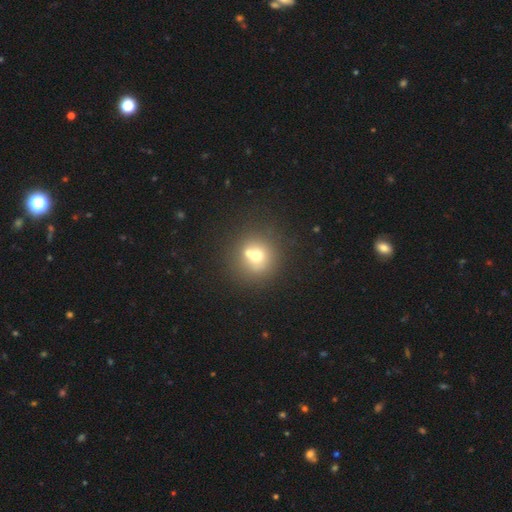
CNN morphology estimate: The model was most divided on "merging": none: 50%, merger: 38%, minor disturbance: 8%, major disturbance: 3%. More confident: how rounded — round (91%); smooth or featured — smooth (64%).